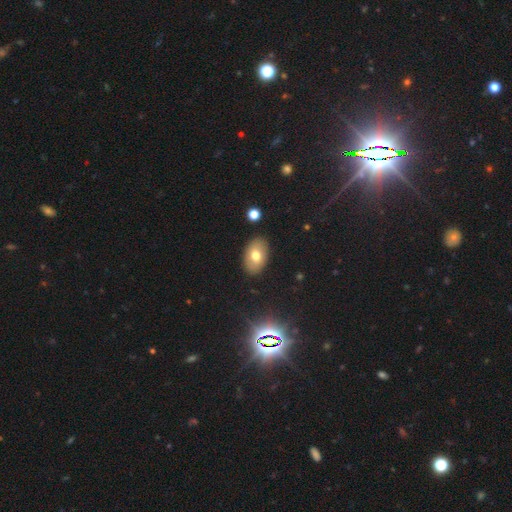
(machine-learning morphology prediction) The model was most divided on "smooth or featured": smooth: 70%, featured or disk: 20%, star or artifact: 10%. More confident: how rounded — in between (88%); merging — none (87%).